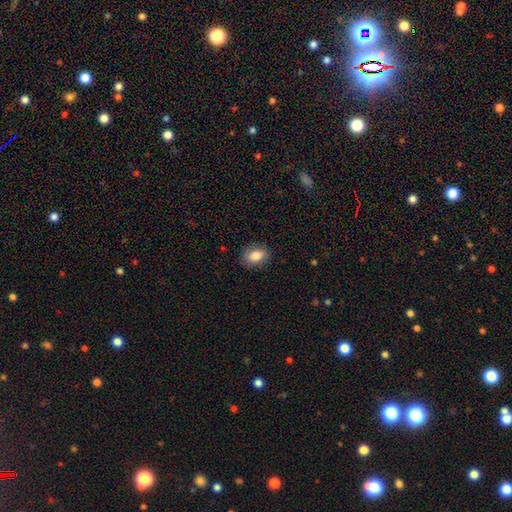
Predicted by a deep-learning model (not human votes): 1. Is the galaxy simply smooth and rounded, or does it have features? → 84% smooth, 8% featured or disk, 8% star or artifact.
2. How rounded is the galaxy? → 77% in between, 22% round, 2% cigar-shaped.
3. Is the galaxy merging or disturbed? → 84% none, 12% minor disturbance, 3% major disturbance, 1% merger.